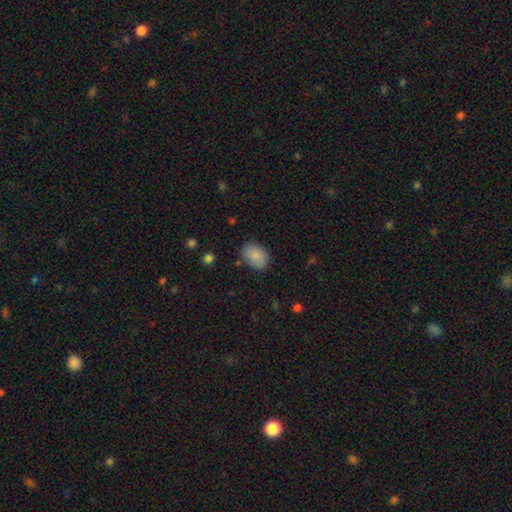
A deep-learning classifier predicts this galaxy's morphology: smooth 87%, star or artifact 7%, featured or disk 6%. Down the decision tree: how rounded — in between (80%); merging — none (80%).